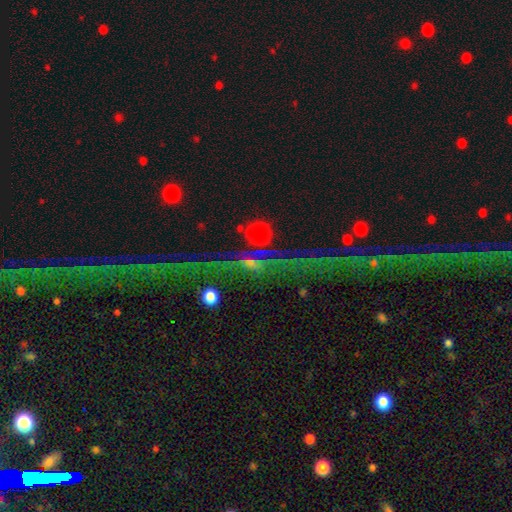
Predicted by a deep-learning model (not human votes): A star or artifact, not a galaxy (71%).

Vote fractions:
- Smooth or featured? star or artifact: 71% / featured or disk: 19% / smooth: 10%